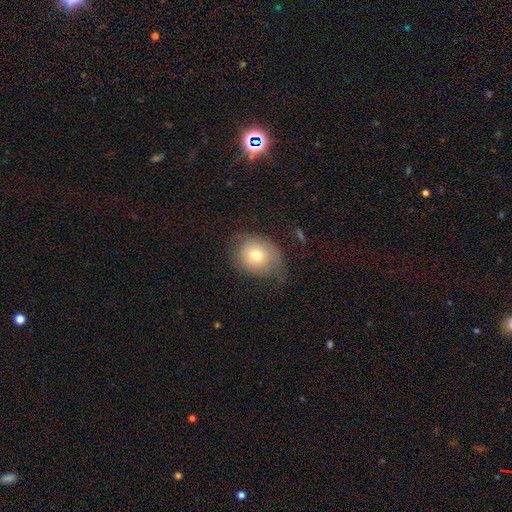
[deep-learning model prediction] Smooth or featured? Predicted: smooth (p=0.69). How rounded? Predicted: round (p=0.67). Merging? Predicted: none (p=0.53).